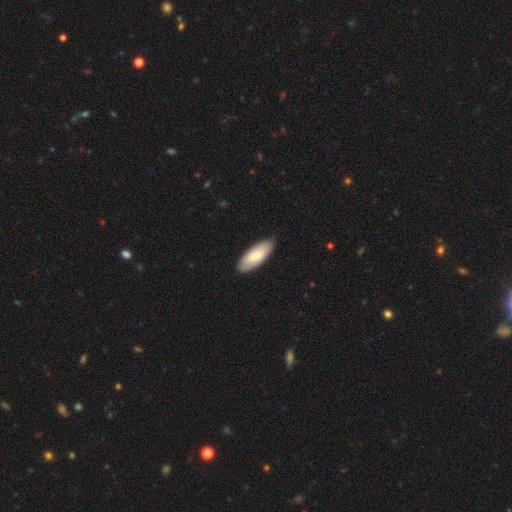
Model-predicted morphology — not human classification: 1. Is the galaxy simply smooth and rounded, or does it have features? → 72% smooth, 23% featured or disk, 5% star or artifact.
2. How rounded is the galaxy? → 80% in between, 18% cigar-shaped, 2% round.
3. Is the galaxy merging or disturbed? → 85% none, 12% minor disturbance, 2% major disturbance, 1% merger.